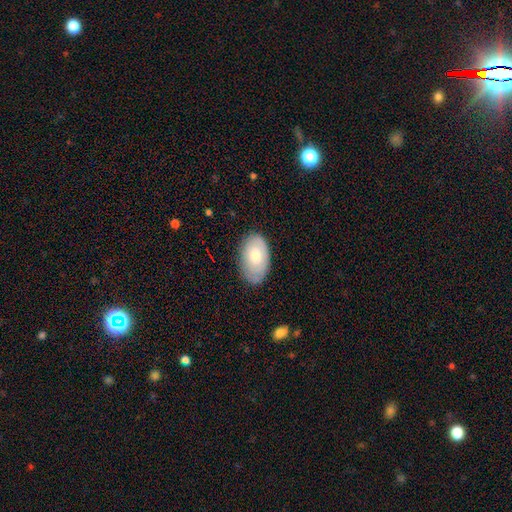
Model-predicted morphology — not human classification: This appears to be a smooth galaxy with no disk features (66%) that is in between round and cigar-shaped (94%). Merging: none (81%).